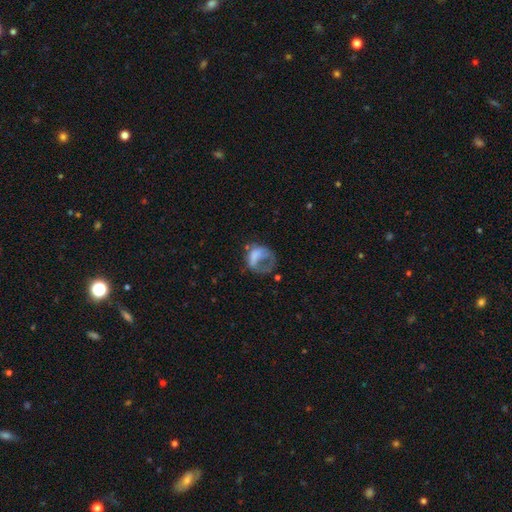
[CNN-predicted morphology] smooth 51%, featured or disk 37%, star or artifact 12%. Down the decision tree: how rounded — in between (49%, tied with round); merging — major disturbance (55%).